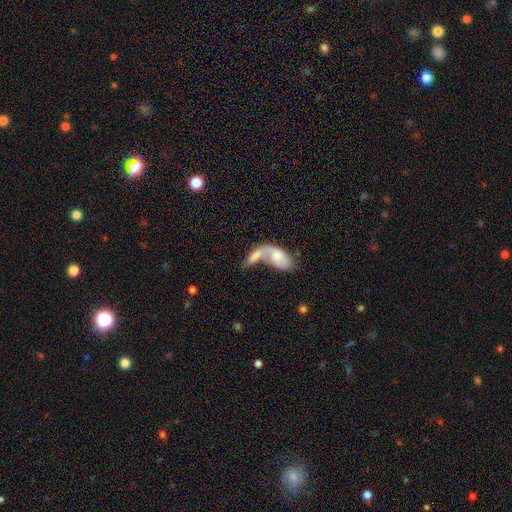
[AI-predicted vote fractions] Smooth or featured? Predicted: smooth (p=0.56). How rounded? Predicted: in between (p=0.76). Merging? Predicted: merger (p=0.72).